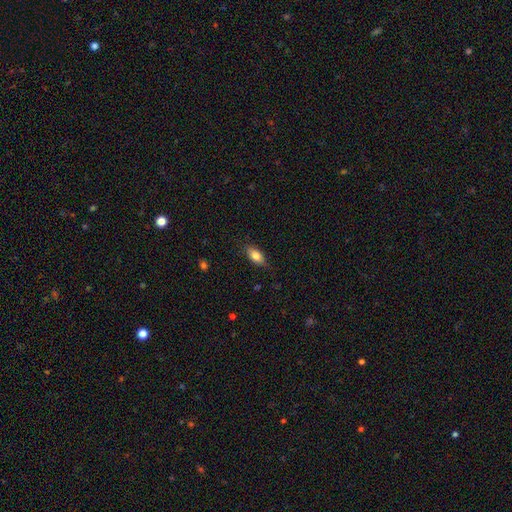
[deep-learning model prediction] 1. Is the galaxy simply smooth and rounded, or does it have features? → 80% smooth, 12% featured or disk, 7% star or artifact.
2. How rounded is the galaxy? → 85% in between, 10% cigar-shaped, 4% round.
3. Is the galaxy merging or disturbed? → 82% none, 14% minor disturbance, 3% major disturbance, 1% merger.